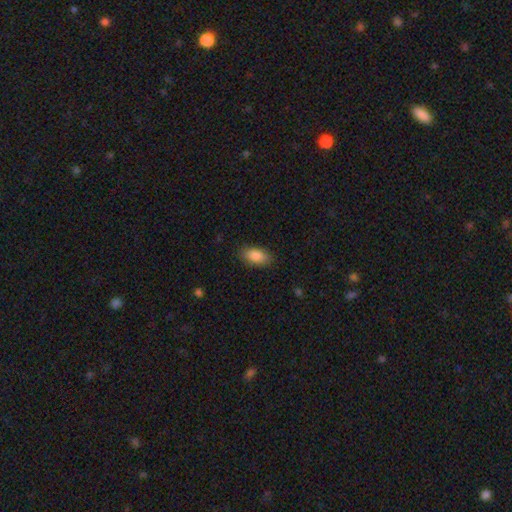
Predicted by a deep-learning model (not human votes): Smooth or featured? Predicted: smooth (p=0.88). How rounded? Predicted: in between (p=0.90). Merging? Predicted: none (p=0.86).